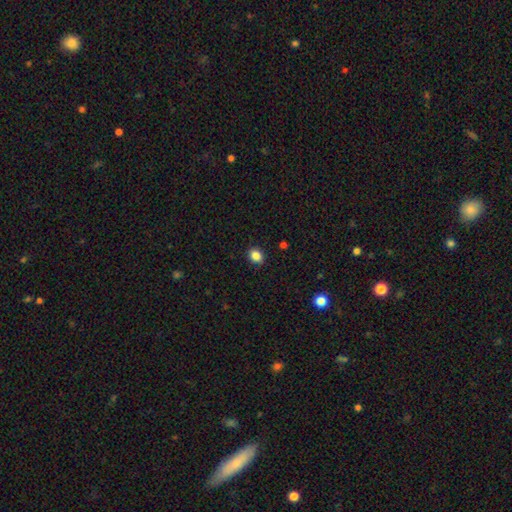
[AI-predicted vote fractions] smooth 86%, star or artifact 10%, featured or disk 4%. Down the decision tree: how rounded — round (51%); merging — none (88%).